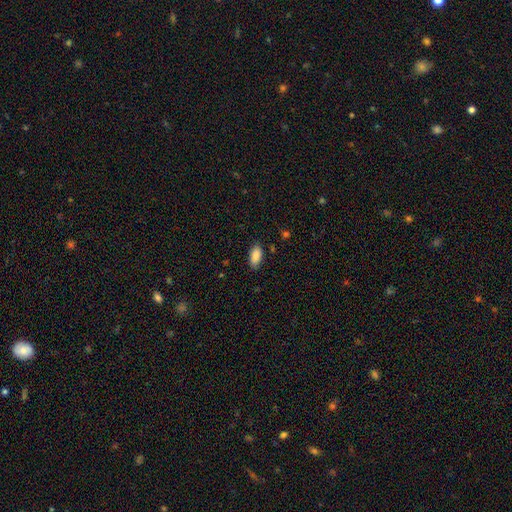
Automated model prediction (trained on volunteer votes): Smooth or featured? smooth (87%)
How rounded? in between (91%)
Merging? none (84%)